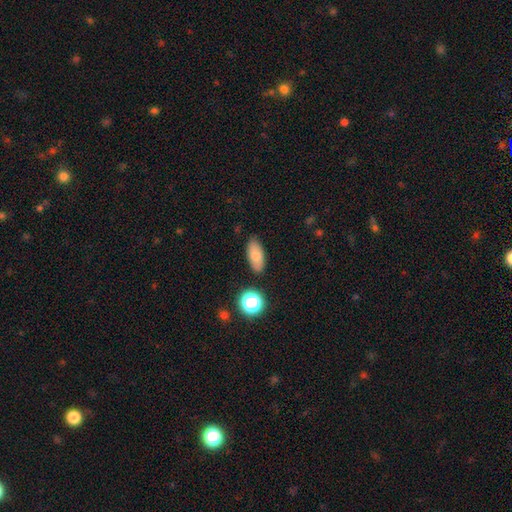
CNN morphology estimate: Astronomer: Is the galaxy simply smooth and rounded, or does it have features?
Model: smooth — 77%.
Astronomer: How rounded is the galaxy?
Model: in between — 85%.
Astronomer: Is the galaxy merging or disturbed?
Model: none — 85%.